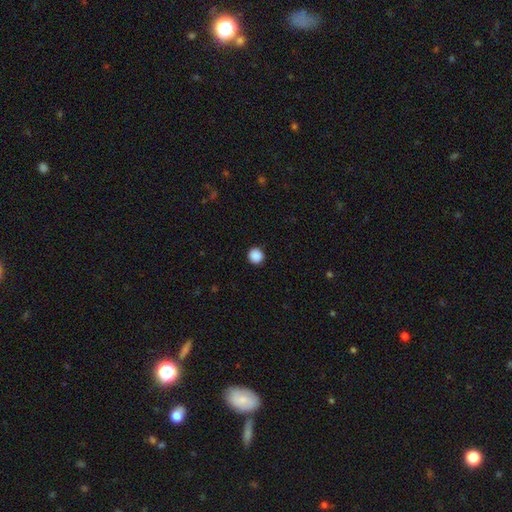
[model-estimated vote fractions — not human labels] A smooth galaxy with no disk features (89%) that is round (95%). Merging: none (92%).